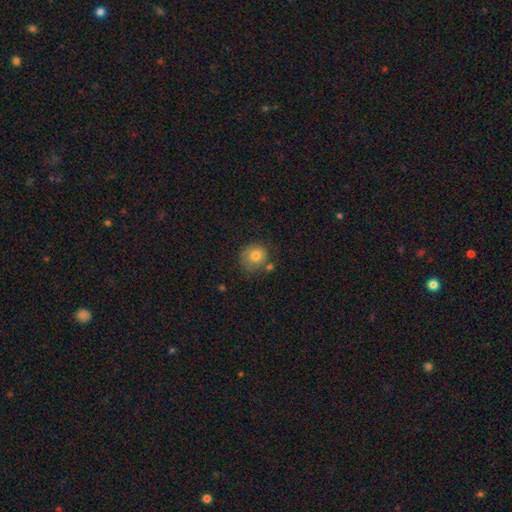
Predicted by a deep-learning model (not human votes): smooth_or_featured: smooth (p=0.75) [alt: featured or disk p=0.15]
how_rounded: round (p=0.86) [alt: in between p=0.13]
merging: none (p=0.64) [alt: minor disturbance p=0.21]